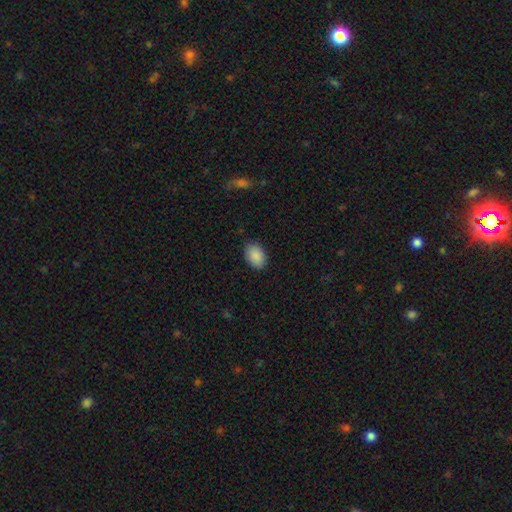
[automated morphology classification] This appears to be a smooth galaxy with no disk features (90%) that is in between round and cigar-shaped (83%). Merging: none (86%).